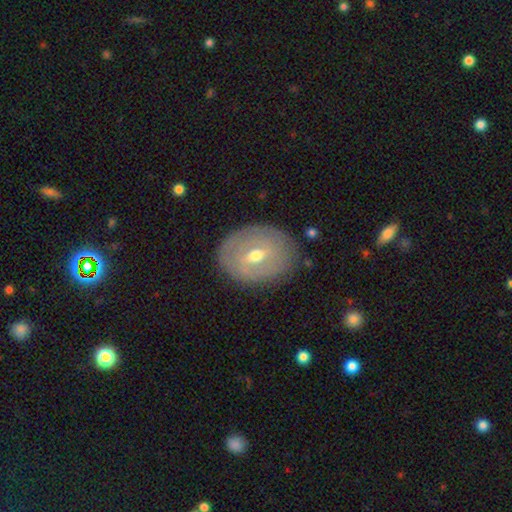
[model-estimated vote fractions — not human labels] featured or disk 58%, smooth 35%, star or artifact 7%. Down the decision tree: edge-on disk — no (92%); bar — weak (51%); spiral arms — no (69%); bulge size — moderate (67%); merging — none (81%).